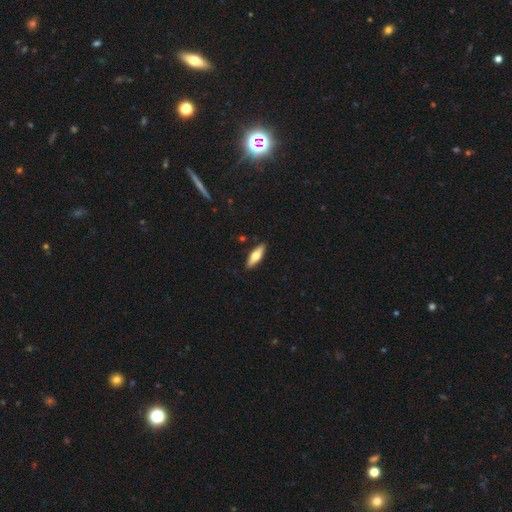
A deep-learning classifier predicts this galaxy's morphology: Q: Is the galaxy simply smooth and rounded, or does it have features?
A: smooth — 57%.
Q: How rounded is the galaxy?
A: cigar-shaped — 49%, tied with in between.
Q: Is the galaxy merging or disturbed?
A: none — 88%.